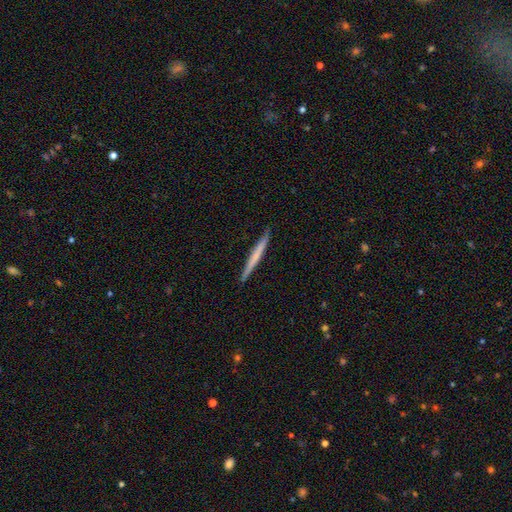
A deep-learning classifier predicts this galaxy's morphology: Smooth or featured?
  - smooth: 53% *
  - featured or disk: 42%
  - star or artifact: 5%
How rounded?
  - cigar-shaped: 97% *
  - in between: 2%
  - round: 1%
Merging?
  - none: 91% *
  - minor disturbance: 7%
  - major disturbance: 1%
  - merger: 1%